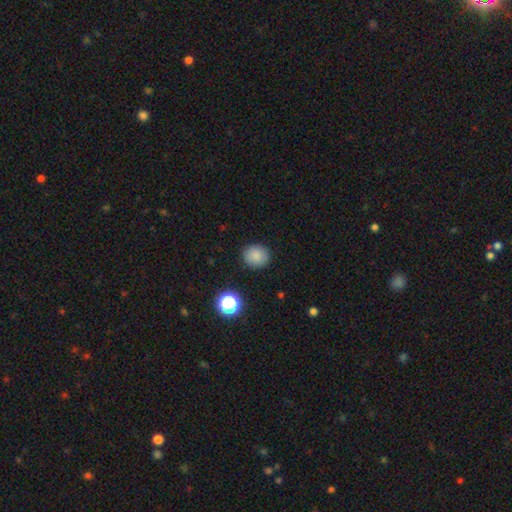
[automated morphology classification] smooth_or_featured: smooth (p=0.84) [alt: star or artifact p=0.11]
how_rounded: round (p=0.82) [alt: in between p=0.17]
merging: none (p=0.88) [alt: minor disturbance p=0.08]